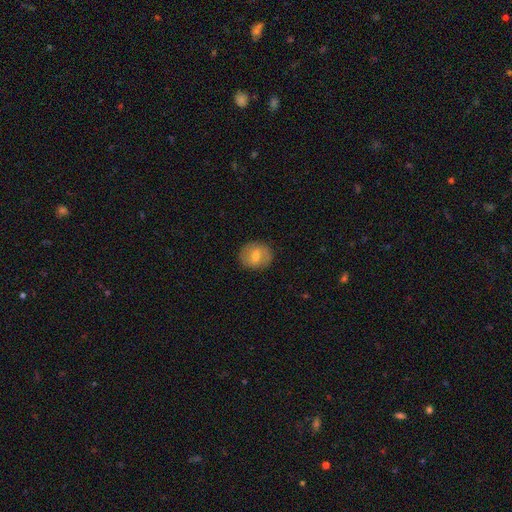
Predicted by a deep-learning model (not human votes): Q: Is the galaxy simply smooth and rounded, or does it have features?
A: smooth — 54%.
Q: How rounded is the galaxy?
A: round — 77%.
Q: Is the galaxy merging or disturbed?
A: none — 87%.